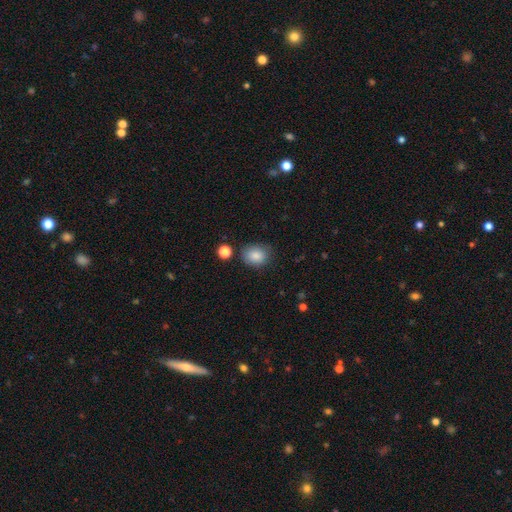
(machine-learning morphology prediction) This appears to be a smooth galaxy with no disk features (86%) that is round (54%). Merging: none (77%).